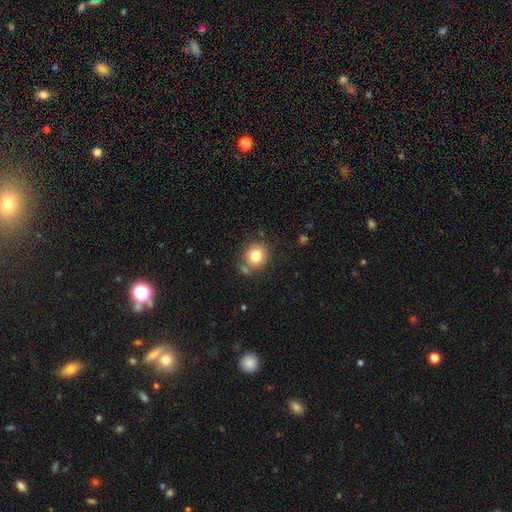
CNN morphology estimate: This appears to be a smooth galaxy with no disk features (80%) that is round (80%). Merging: none (73%).